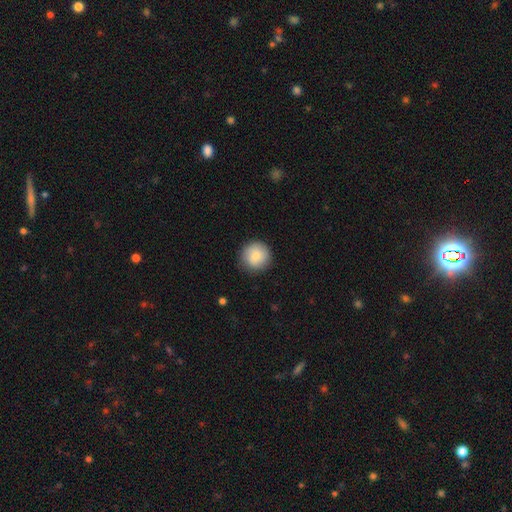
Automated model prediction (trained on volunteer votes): Smooth or featured: smooth — 78% (featured or disk — 16%)
How rounded: round — 94% (in between — 5%)
Merging: none — 87% (minor disturbance — 10%)